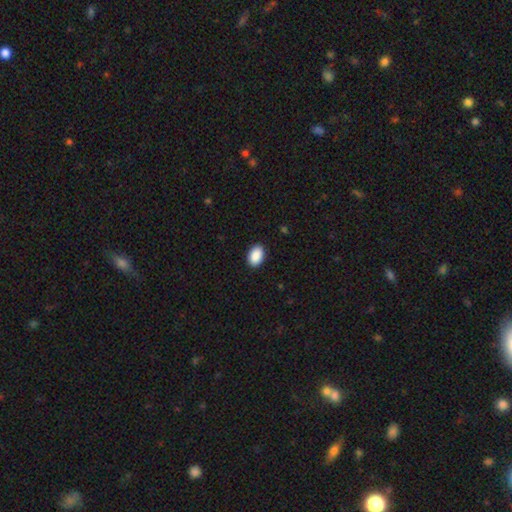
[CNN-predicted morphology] Smooth or featured? Predicted: smooth (p=0.90). How rounded? Predicted: in between (p=0.89). Merging? Predicted: none (p=0.90).